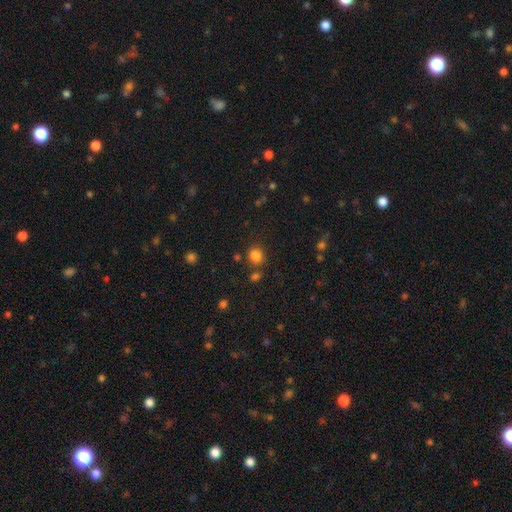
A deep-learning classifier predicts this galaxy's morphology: Overall: smooth (82%). How rounded: round (75%). Merging: none (75%).